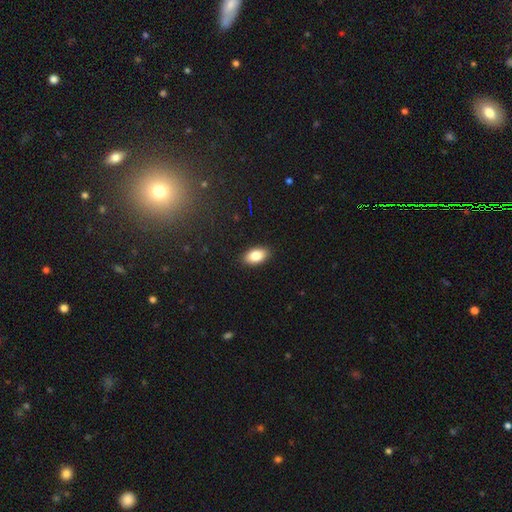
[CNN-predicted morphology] A smooth galaxy with no disk features (83%) that is in between round and cigar-shaped (93%).

Vote fractions:
- Smooth or featured? smooth: 83% / featured or disk: 9% / star or artifact: 8%
- How rounded? in between: 93% / round: 5% / cigar-shaped: 2%
- Merging? none: 89% / minor disturbance: 8% / major disturbance: 2% / merger: 1%